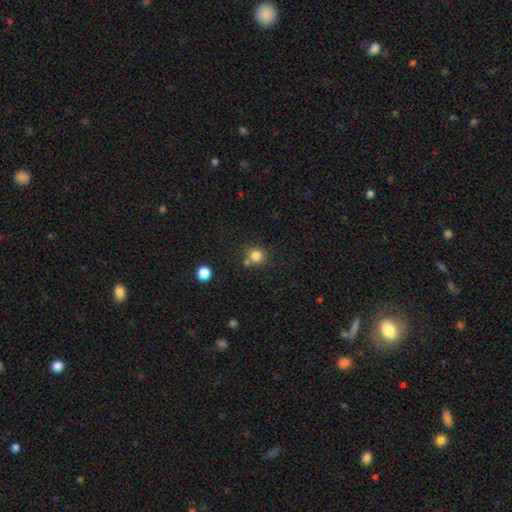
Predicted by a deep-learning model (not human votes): smooth-or-featured: smooth: 81% | star or artifact: 12% | featured or disk: 6%
  how-rounded: round: 88% | in between: 11% | cigar-shaped: 1%
  merging: none: 67% | merger: 18% | minor disturbance: 11% | major disturbance: 4%